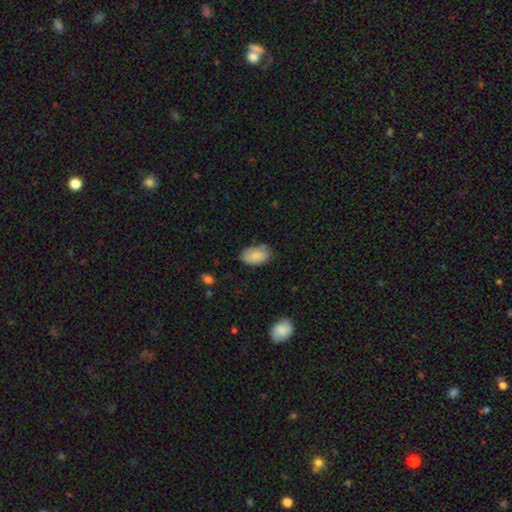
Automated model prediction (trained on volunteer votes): This is clearly a smooth galaxy (85%). How rounded: clearly in between (93%). Merging: likely none (70%).